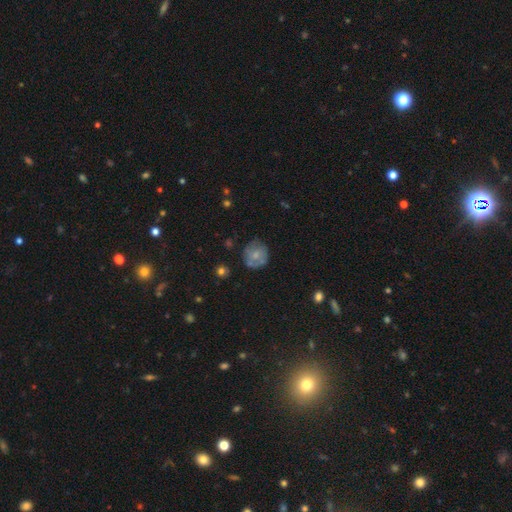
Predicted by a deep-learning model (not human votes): The model was most divided on "smooth or featured": smooth: 52%, featured or disk: 40%, star or artifact: 8%. More confident: how rounded — round (83%); merging — none (66%).